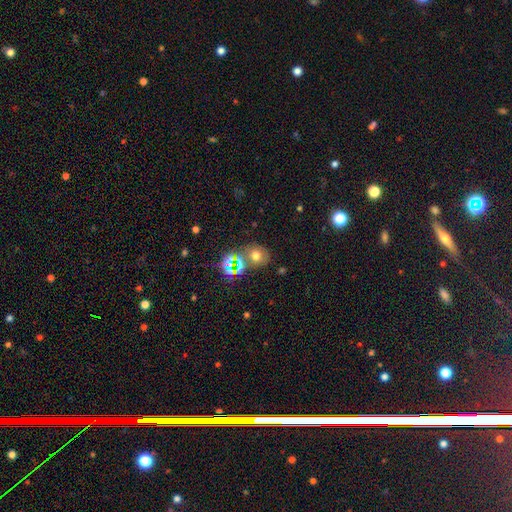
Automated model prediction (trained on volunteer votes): smooth 59%, star or artifact 28%, featured or disk 13%. Down the decision tree: how rounded — round (55%); merging — none (62%).